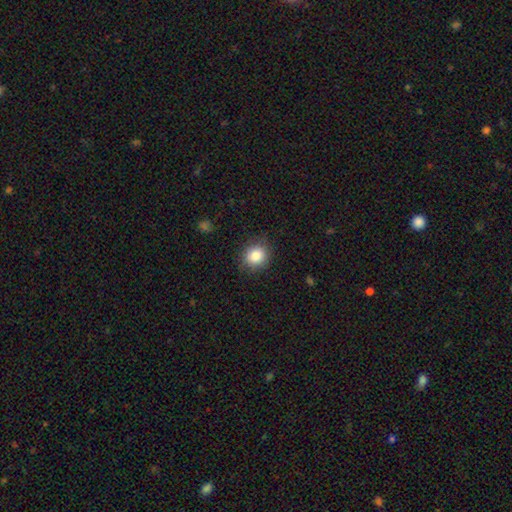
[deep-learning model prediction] smooth_or_featured: smooth (p=0.85) [alt: star or artifact p=0.09]
how_rounded: round (p=0.70) [alt: in between p=0.29]
merging: none (p=0.85) [alt: minor disturbance p=0.11]